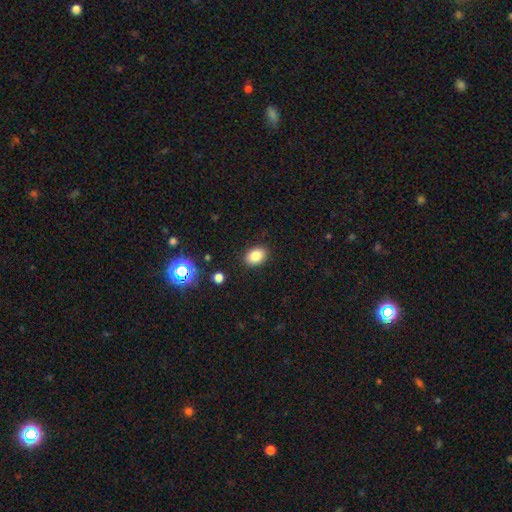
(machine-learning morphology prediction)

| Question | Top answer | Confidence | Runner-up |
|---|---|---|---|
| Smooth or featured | smooth | 83% | star or artifact (11%) |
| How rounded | in between | 76% | round (23%) |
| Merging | none | 88% | minor disturbance (8%) |